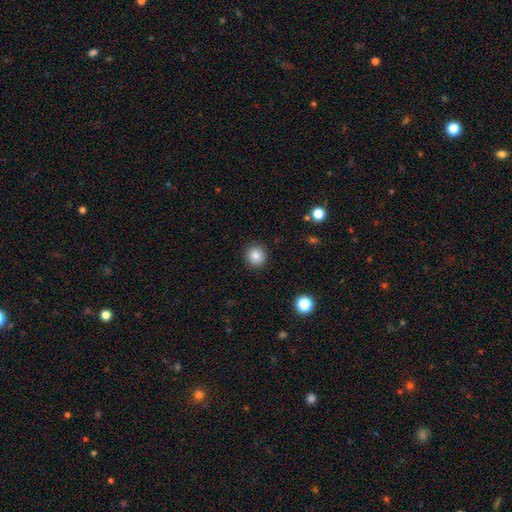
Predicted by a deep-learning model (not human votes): Smooth or featured? Predicted: smooth (p=0.85). How rounded? Predicted: round (p=0.92). Merging? Predicted: none (p=0.91).